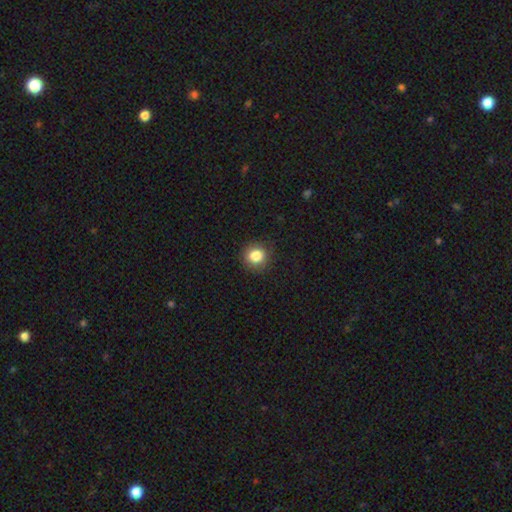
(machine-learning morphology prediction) A smooth galaxy with no disk features (84%) that is round (90%).

Vote fractions:
- Smooth or featured? smooth: 84% / star or artifact: 10% / featured or disk: 5%
- How rounded? round: 90% / in between: 9% / cigar-shaped: 1%
- Merging? none: 89% / minor disturbance: 8% / major disturbance: 2% / merger: 1%